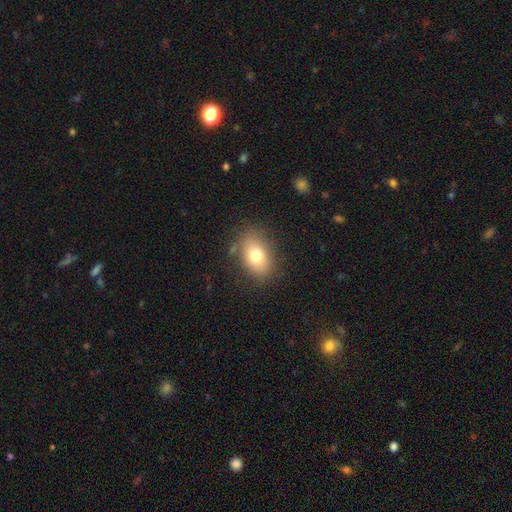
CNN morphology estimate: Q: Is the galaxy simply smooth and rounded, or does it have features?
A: smooth — 77%.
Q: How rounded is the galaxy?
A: in between — 83%.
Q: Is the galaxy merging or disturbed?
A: none — 80%.